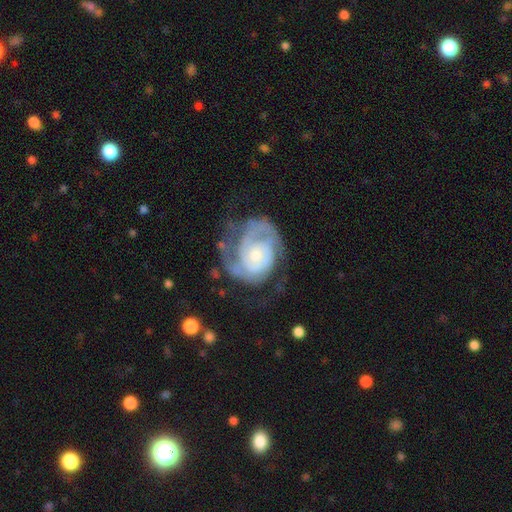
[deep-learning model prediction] smooth-or-featured: featured or disk: 87% | smooth: 8% | star or artifact: 5%
  disk-edge-on: no: 98% | yes: 2%
    bar: no: 73% | weak: 23% | strong: 4%
    has-spiral-arms: yes: 95% | no: 5%
      spiral-winding: tight: 61% | medium: 31% | loose: 8%
      spiral-arm-count: 2: 54% | can't tell: 18% | 3: 14% | 1: 7% | 4: 3% | more than 4: 3%
    bulge-size: small: 57% | moderate: 36% | large: 3% | none: 3% | dominant: 1%
  merging: none: 56% | minor disturbance: 22% | major disturbance: 20% | merger: 2%